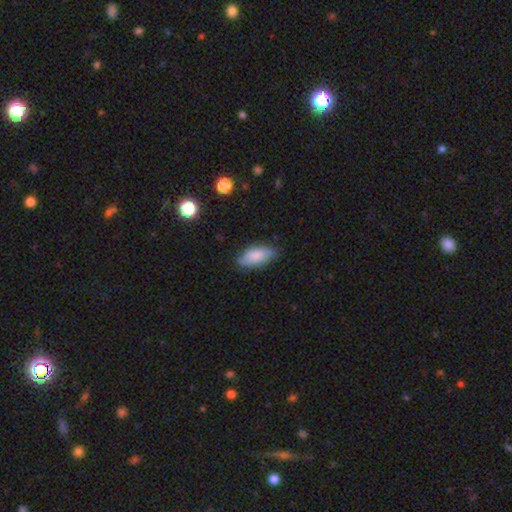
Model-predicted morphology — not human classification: smooth 81%, featured or disk 12%, star or artifact 7%. Down the decision tree: how rounded — in between (87%); merging — none (79%).